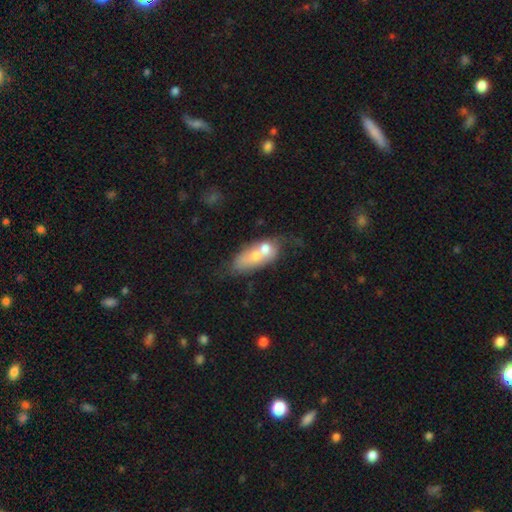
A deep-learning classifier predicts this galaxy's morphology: smooth 56%, featured or disk 35%, star or artifact 8%. Down the decision tree: how rounded — in between (73%); merging — merger (50%).